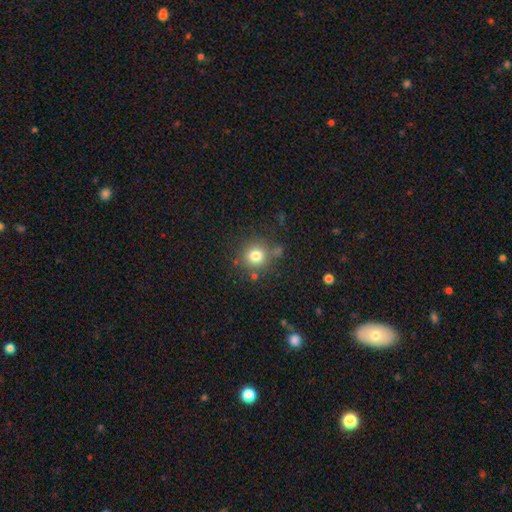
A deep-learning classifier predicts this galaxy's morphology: Smooth or featured? smooth (79%)
How rounded? round (91%)
Merging? none (77%)